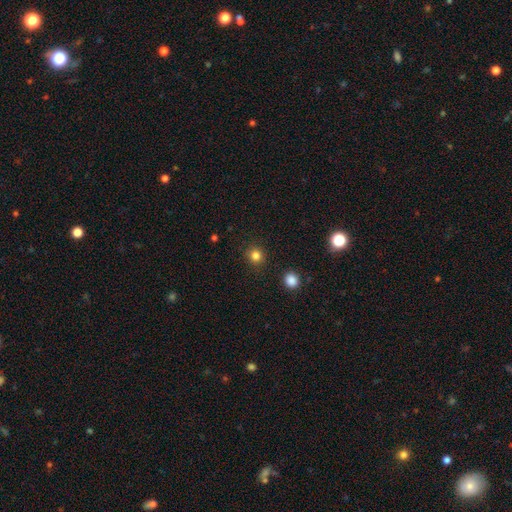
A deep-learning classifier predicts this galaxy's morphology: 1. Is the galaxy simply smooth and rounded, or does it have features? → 82% smooth, 13% star or artifact, 5% featured or disk.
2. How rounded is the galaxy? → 92% round, 7% in between, 1% cigar-shaped.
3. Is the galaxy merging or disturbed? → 91% none, 6% minor disturbance, 2% major disturbance, 1% merger.